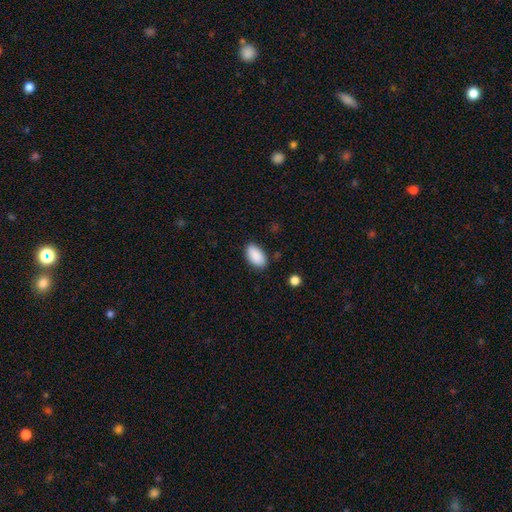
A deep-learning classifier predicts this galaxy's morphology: smooth-or-featured: smooth: 90% | star or artifact: 7% | featured or disk: 3%
  how-rounded: in between: 94% | round: 3% | cigar-shaped: 2%
  merging: none: 86% | minor disturbance: 10% | major disturbance: 3% | merger: 1%